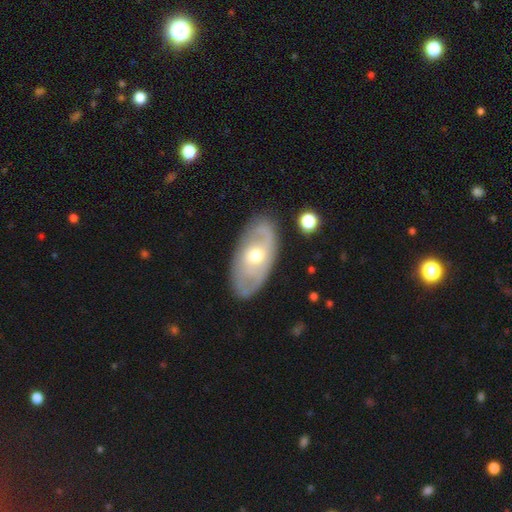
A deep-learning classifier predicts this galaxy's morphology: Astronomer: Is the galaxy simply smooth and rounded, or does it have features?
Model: featured or disk — 68%.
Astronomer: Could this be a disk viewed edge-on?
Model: no — 91%.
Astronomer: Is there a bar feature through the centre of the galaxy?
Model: no — 67%.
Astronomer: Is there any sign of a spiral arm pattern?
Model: yes — 68%.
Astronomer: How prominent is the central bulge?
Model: moderate — 66%.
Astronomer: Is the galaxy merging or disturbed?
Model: none — 79%.